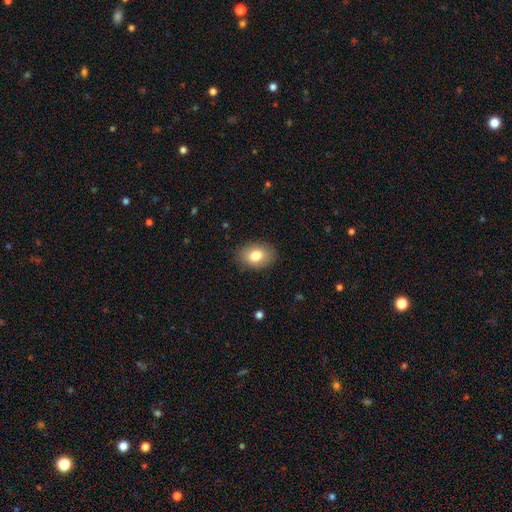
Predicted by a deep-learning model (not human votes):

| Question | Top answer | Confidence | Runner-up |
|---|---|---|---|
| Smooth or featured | smooth | 81% | featured or disk (11%) |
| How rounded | in between | 78% | round (21%) |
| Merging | none | 87% | minor disturbance (10%) |